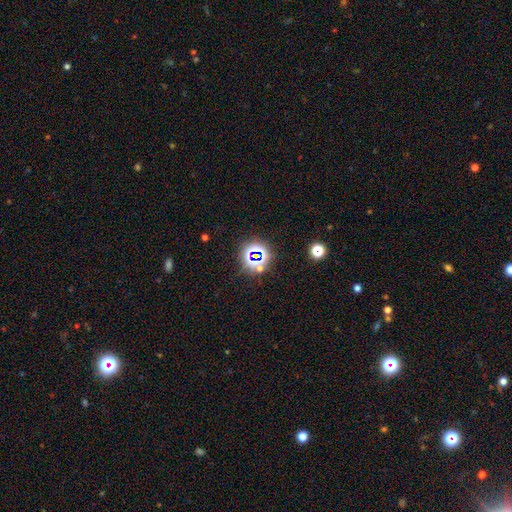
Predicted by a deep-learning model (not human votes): The model was most divided on "smooth or featured": star or artifact: 72%, smooth: 18%, featured or disk: 9%.